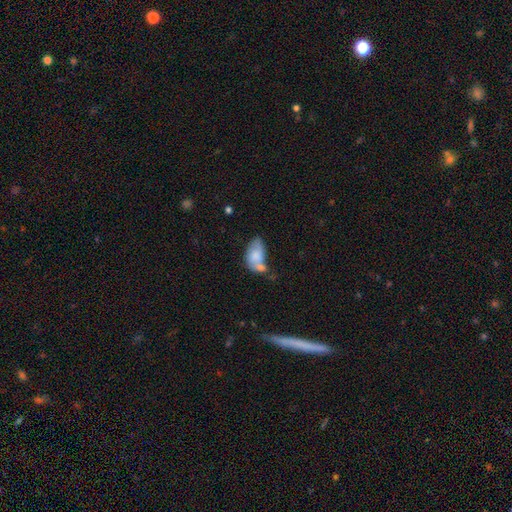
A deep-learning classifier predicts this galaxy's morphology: A smooth galaxy with no disk features (66%) that is in between round and cigar-shaped (90%).

Vote fractions:
- Smooth or featured? smooth: 66% / featured or disk: 27% / star or artifact: 8%
- How rounded? in between: 90% / round: 8% / cigar-shaped: 2%
- Merging? merger: 43% / none: 22% / minor disturbance: 21% / major disturbance: 14%